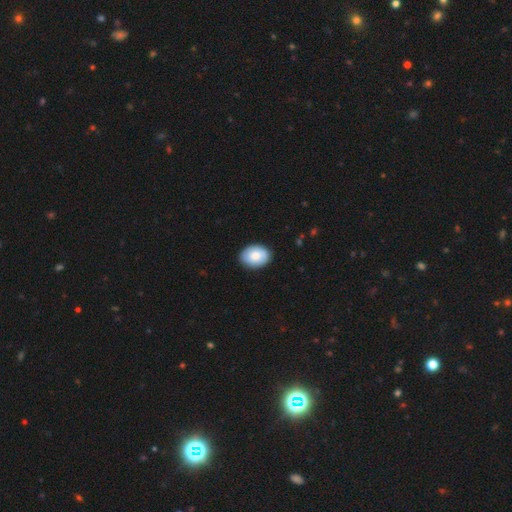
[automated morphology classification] This is clearly a smooth galaxy (81%). How rounded: likely in between (76%). Merging: clearly none (88%).